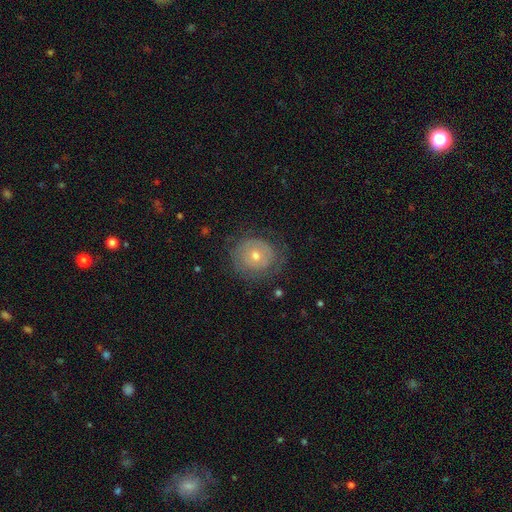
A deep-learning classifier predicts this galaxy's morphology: This appears to be a featured or disk galaxy (49%). Merging: none (73%).